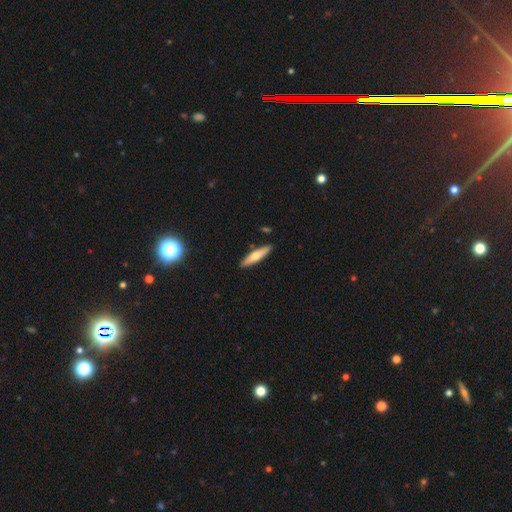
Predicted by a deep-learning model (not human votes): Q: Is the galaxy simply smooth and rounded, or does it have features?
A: smooth — 59%.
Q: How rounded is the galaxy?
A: cigar-shaped — 78%.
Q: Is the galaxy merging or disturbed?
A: none — 88%.